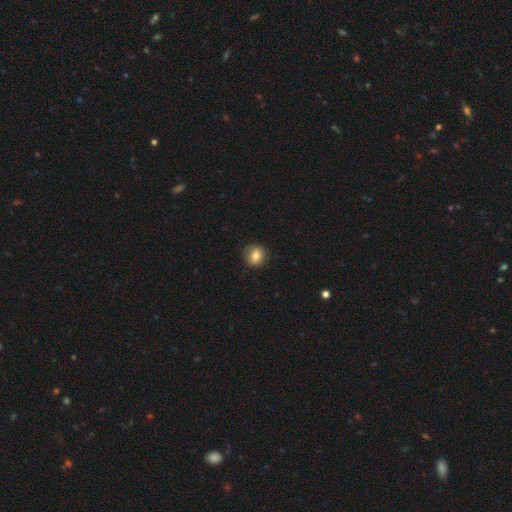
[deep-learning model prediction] A smooth galaxy with no disk features (78%) that is round (79%).

Vote fractions:
- Smooth or featured? smooth: 78% / featured or disk: 12% / star or artifact: 10%
- How rounded? round: 79% / in between: 20% / cigar-shaped: 1%
- Merging? none: 87% / minor disturbance: 10% / major disturbance: 2% / merger: 1%